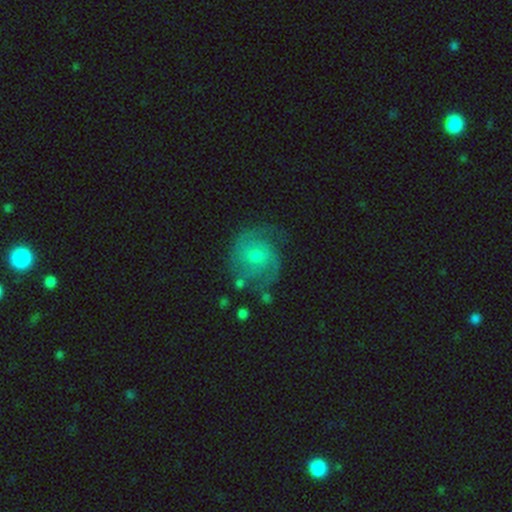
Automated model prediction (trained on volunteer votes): This appears to be a featured or disk galaxy (73%) with no bar (71%), 2 (58%) tight (44%) spiral arms (91%) and a small central bulge (48%). Merging: none (64%).